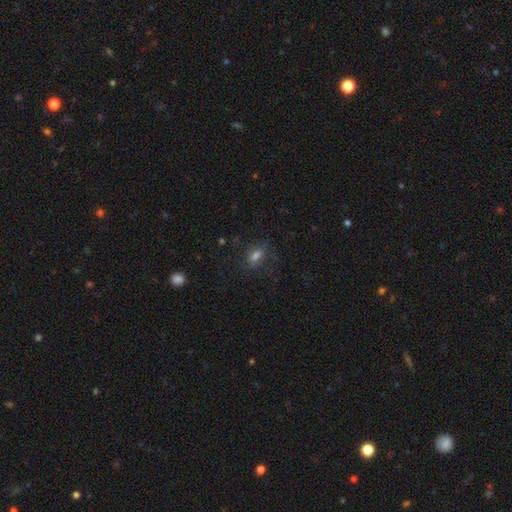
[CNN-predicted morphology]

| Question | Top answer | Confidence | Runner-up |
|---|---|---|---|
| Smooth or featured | smooth | 60% | star or artifact (21%) |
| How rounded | in between | 74% | round (17%) |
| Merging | none | 64% | minor disturbance (20%) |